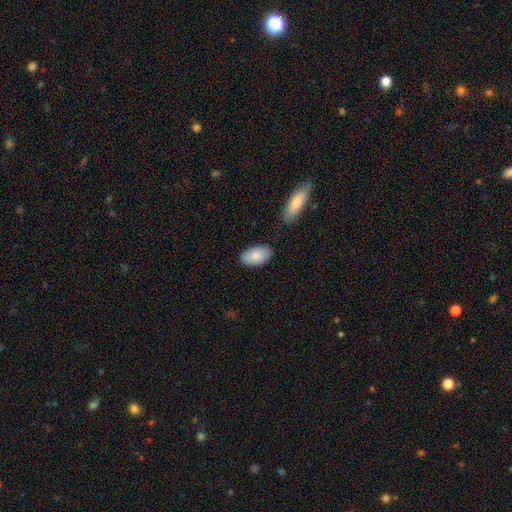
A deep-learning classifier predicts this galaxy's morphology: smooth_or_featured: smooth (p=0.87) [alt: featured or disk p=0.08]
how_rounded: in between (p=0.95) [alt: round p=0.03]
merging: none (p=0.81) [alt: minor disturbance p=0.14]